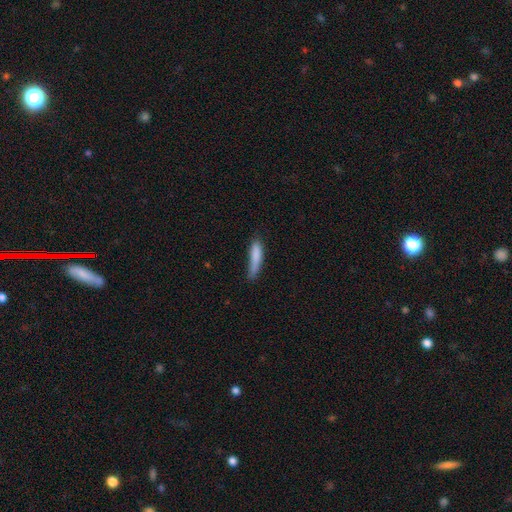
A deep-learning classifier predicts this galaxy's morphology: Smooth or featured? smooth (83%)
How rounded? cigar-shaped (82%)
Merging? none (55%)